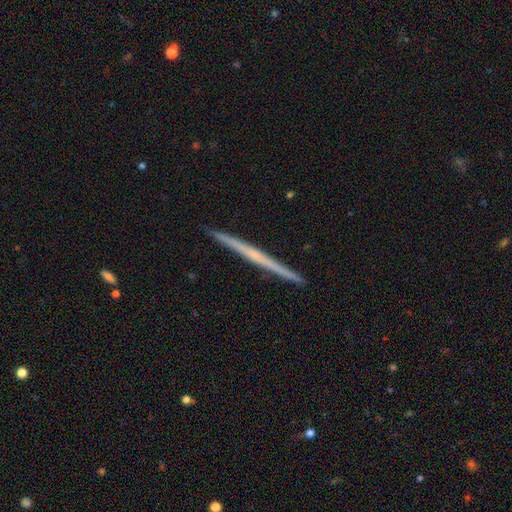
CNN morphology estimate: A featured or disk galaxy (63%) viewed edge-on (98%) with no central bulge (81%). Merging: none (93%).